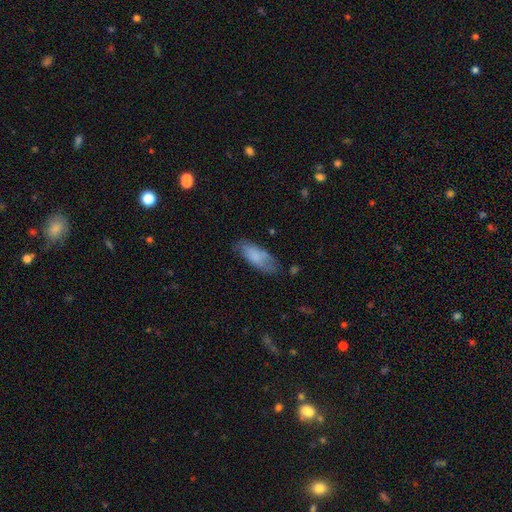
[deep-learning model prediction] Smooth or featured? Predicted: smooth (p=0.78). How rounded? Predicted: in between (p=0.78). Merging? Predicted: none (p=0.63).